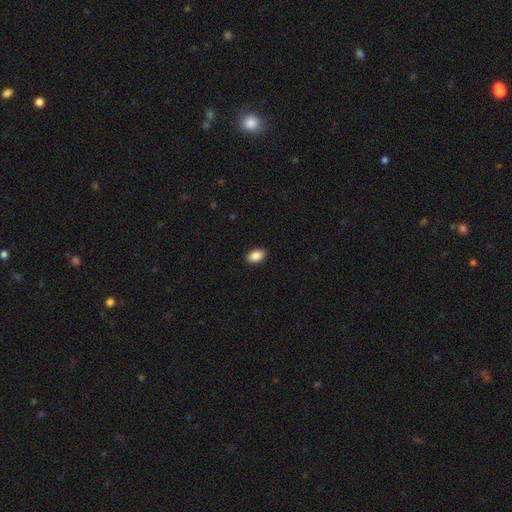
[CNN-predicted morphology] Overall: smooth (88%). How rounded: in between (89%). Merging: none (91%).